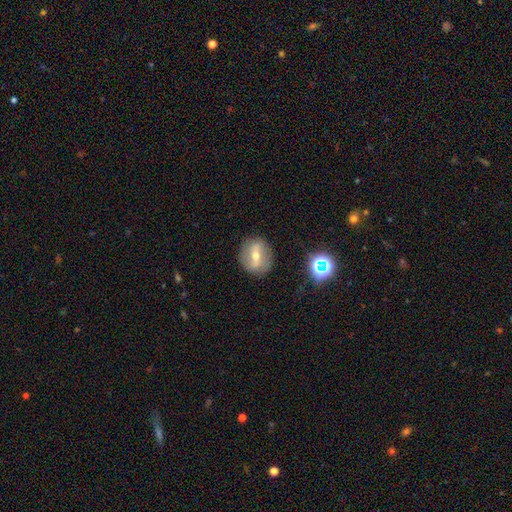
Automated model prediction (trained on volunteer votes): This appears to be a featured or disk galaxy (58%) with a strong bar (57%), no spiral arms (51%) and a moderate central bulge (61%). Merging: none (83%).